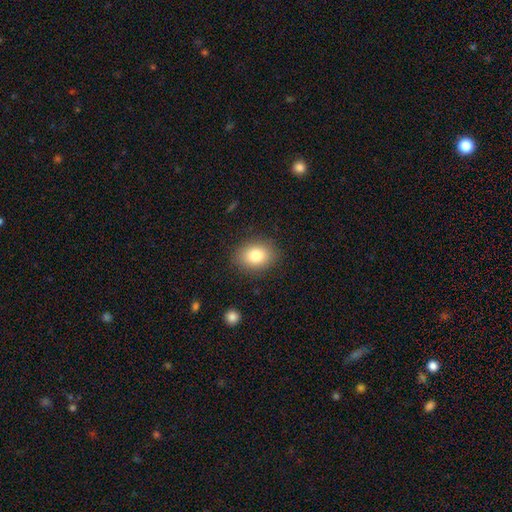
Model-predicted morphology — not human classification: This is clearly a smooth galaxy (81%). How rounded: likely in between (62%). Merging: clearly none (86%).